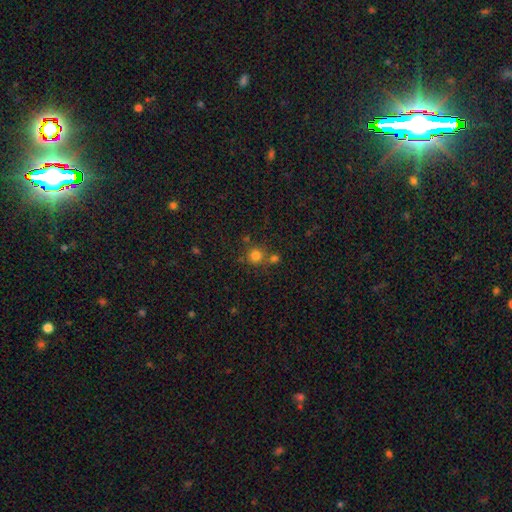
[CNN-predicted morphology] A smooth galaxy with no disk features (78%) that is round (92%). Merging: none (65%).